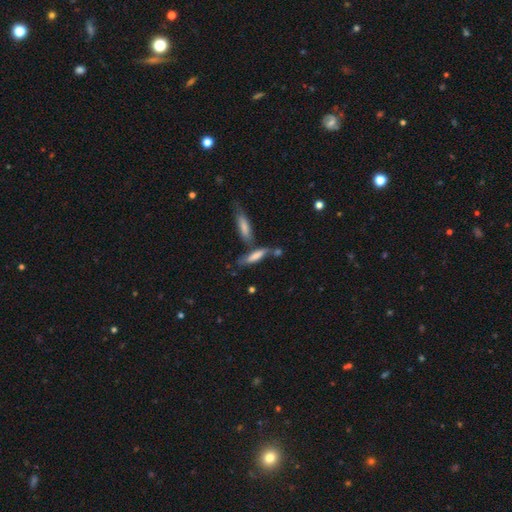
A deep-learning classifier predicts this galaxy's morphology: Smooth or featured? Predicted: smooth (p=0.67). How rounded? Predicted: cigar-shaped (p=0.66). Merging? Predicted: none (p=0.46).